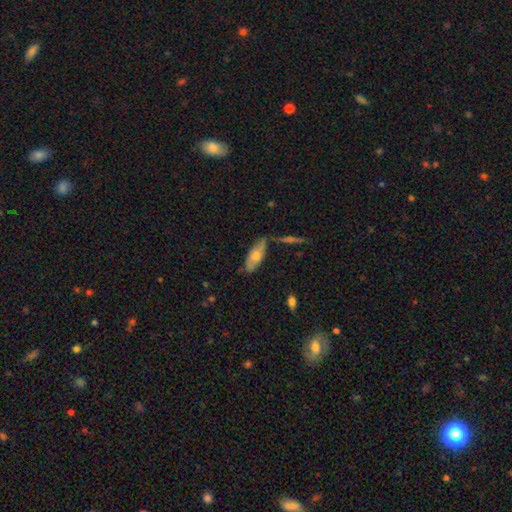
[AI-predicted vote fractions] Overall: smooth (65%; featured or disk 28%). How rounded: in between (68%; cigar-shaped 30%). Merging: none (64%).